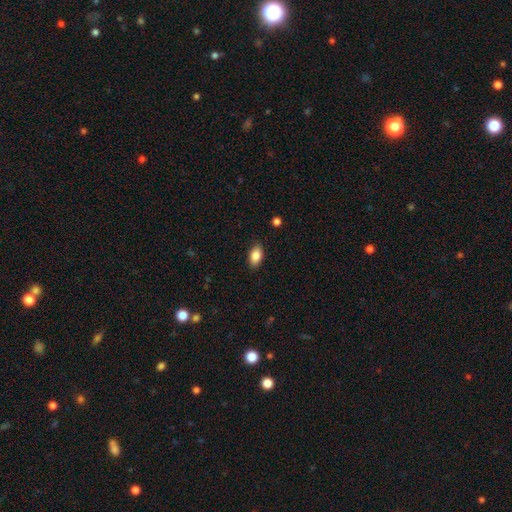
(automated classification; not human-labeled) smooth_or_featured: smooth (p=0.85) [alt: star or artifact p=0.08]
how_rounded: in between (p=0.91) [alt: round p=0.06]
merging: none (p=0.87) [alt: minor disturbance p=0.09]